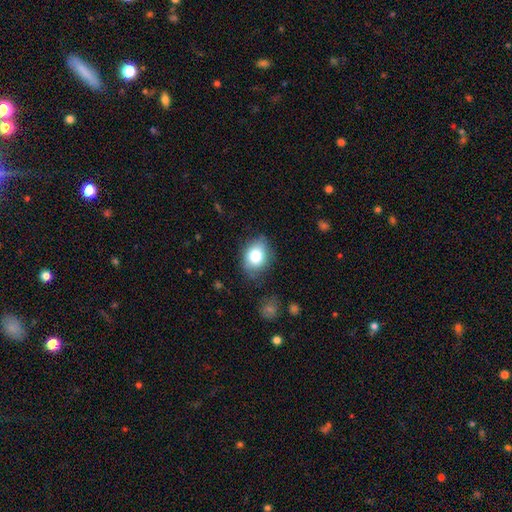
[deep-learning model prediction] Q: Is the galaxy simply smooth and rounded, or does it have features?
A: smooth — 78%.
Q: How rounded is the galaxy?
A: in between — 65%.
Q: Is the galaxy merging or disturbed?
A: none — 73%.